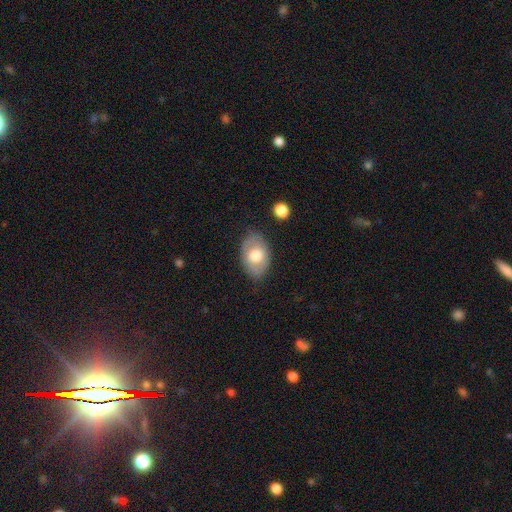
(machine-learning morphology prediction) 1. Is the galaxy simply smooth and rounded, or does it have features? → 62% smooth, 32% featured or disk, 6% star or artifact.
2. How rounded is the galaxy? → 86% in between, 13% round, 1% cigar-shaped.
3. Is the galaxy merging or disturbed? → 78% none, 15% minor disturbance, 4% major disturbance, 2% merger.